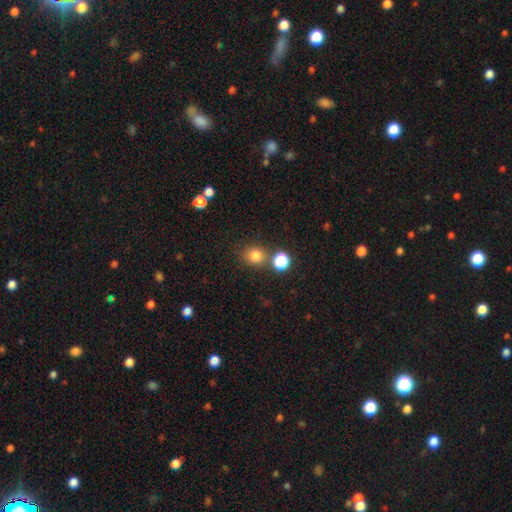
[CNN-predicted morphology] Overall: smooth (81%). How rounded: round (83%). Merging: none (74%).